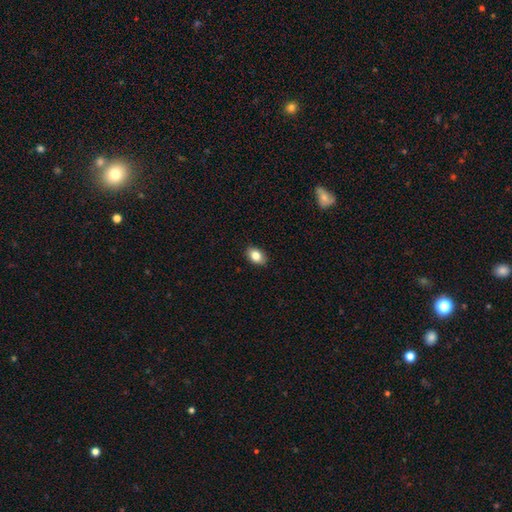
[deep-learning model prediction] This appears to be a smooth galaxy with no disk features (83%) that is in between round and cigar-shaped (82%). Merging: none (88%).